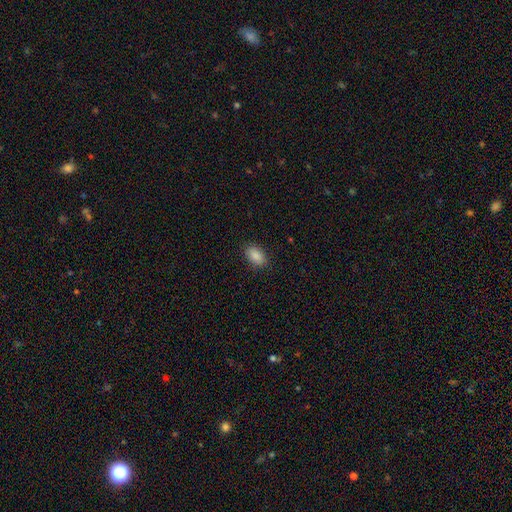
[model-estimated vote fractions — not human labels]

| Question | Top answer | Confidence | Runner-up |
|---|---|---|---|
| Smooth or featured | smooth | 89% | star or artifact (8%) |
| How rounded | in between | 92% | round (6%) |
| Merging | none | 88% | minor disturbance (9%) |